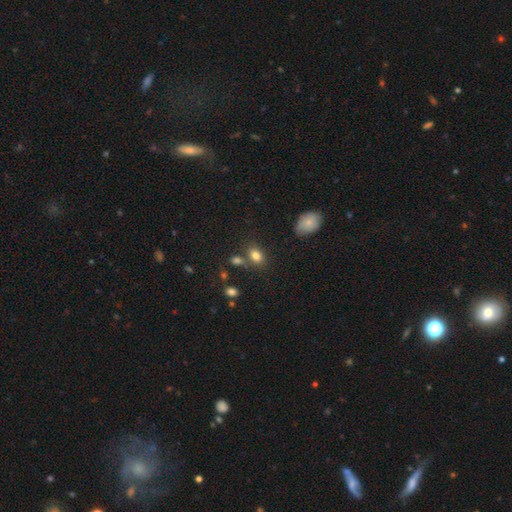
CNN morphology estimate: Smooth or featured? smooth (81%)
How rounded? in between (75%)
Merging? none (66%)